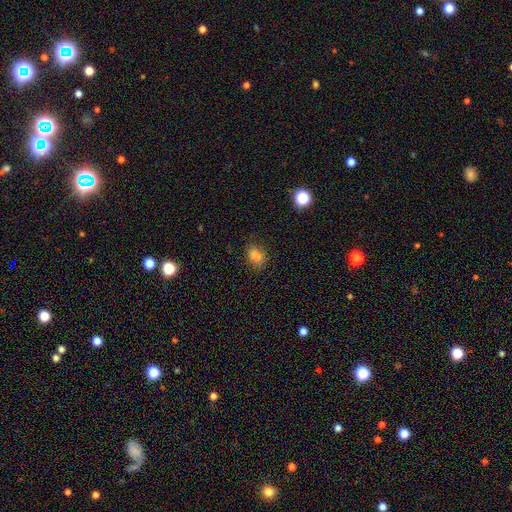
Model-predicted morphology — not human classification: Q: Smooth or featured?
A: smooth (79%); runner-up: star or artifact (13%)
Q: How rounded?
A: in between (68%); runner-up: round (31%)
Q: Merging?
A: none (73%); runner-up: minor disturbance (18%)